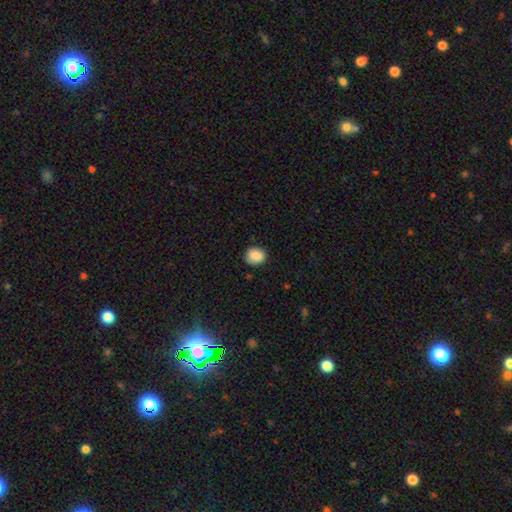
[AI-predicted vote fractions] Q: Smooth or featured?
A: smooth (84%); runner-up: star or artifact (8%)
Q: How rounded?
A: round (69%); runner-up: in between (30%)
Q: Merging?
A: none (79%); runner-up: minor disturbance (17%)